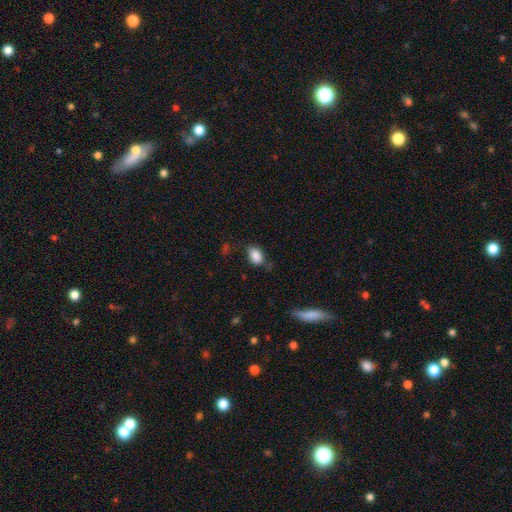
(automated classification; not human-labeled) A smooth galaxy with no disk features (86%) that is in between round and cigar-shaped (85%).

Vote fractions:
- Smooth or featured? smooth: 86% / star or artifact: 8% / featured or disk: 6%
- How rounded? in between: 85% / round: 14% / cigar-shaped: 2%
- Merging? none: 64% / minor disturbance: 25% / major disturbance: 8% / merger: 3%